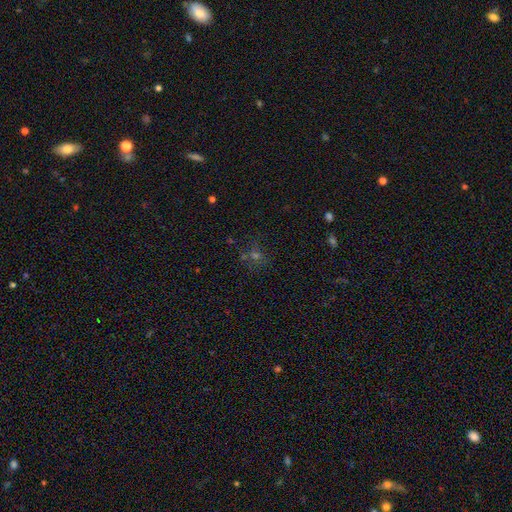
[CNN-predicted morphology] Smooth or featured? star or artifact (48%)